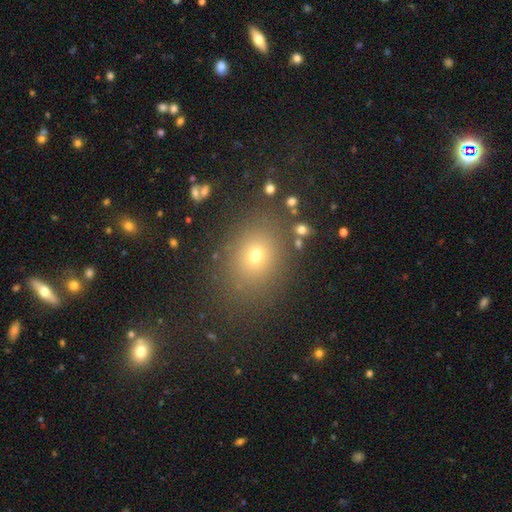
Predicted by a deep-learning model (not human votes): This is likely a smooth galaxy (64%). How rounded: possibly round (52%). Merging: clearly none (84%).